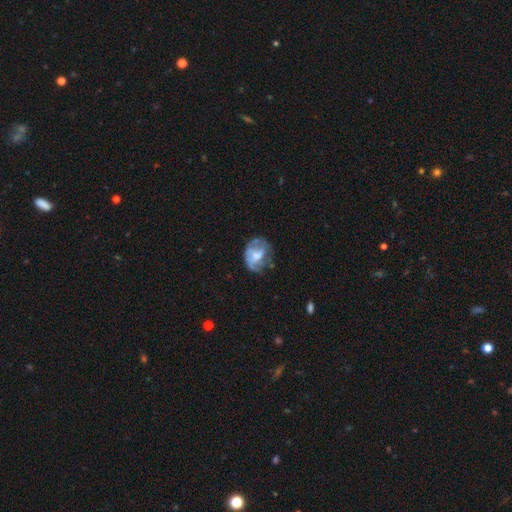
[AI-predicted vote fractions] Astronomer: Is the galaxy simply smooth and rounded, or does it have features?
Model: featured or disk — 56% (runner-up: smooth, 36%).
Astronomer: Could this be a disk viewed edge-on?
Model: no — 97%.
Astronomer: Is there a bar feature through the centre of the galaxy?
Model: no — 58%.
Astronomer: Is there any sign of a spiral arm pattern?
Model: no — 53% (runner-up: yes, 47%).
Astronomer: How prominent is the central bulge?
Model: moderate — 48% (runner-up: small, 25%).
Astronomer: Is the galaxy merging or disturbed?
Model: none — 45% (runner-up: minor disturbance, 26%).